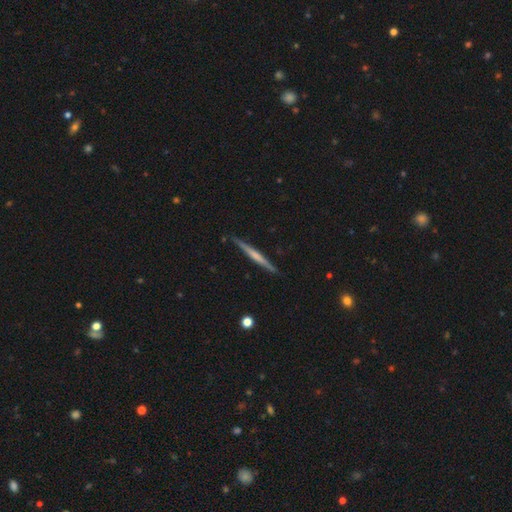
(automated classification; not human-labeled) This appears to be a featured or disk galaxy (60%) viewed edge-on (98%) with no central bulge (57%). Merging: none (90%).